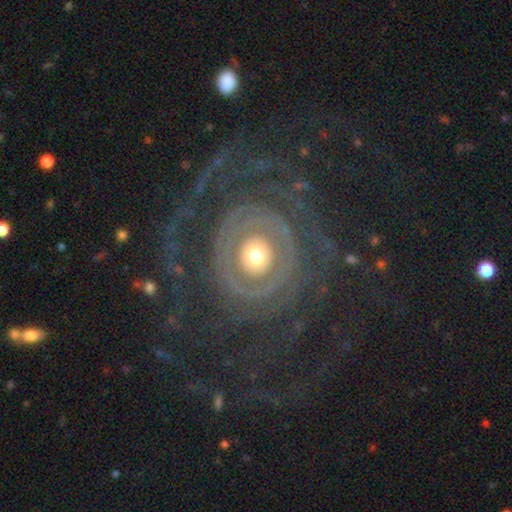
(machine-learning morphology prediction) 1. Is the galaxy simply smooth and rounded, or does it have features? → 77% featured or disk, 16% smooth, 6% star or artifact.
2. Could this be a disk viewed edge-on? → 97% no, 3% yes.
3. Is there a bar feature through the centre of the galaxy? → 88% no, 8% weak, 4% strong.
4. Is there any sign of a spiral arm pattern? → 64% yes, 36% no.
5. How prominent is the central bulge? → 58% moderate, 23% small, 15% large, 3% dominant, 2% none.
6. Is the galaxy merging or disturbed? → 68% none, 17% major disturbance, 12% minor disturbance, 2% merger.